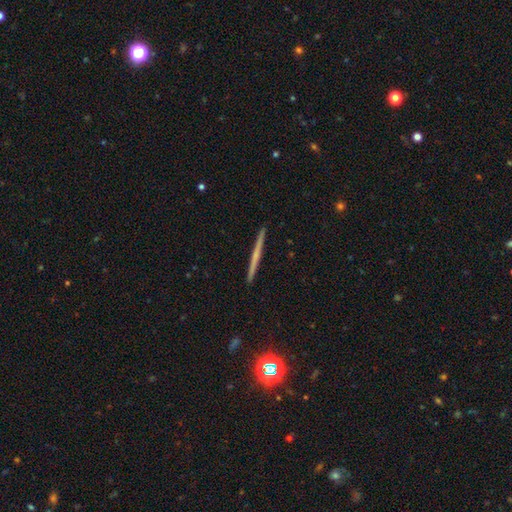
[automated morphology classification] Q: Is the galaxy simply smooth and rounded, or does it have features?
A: featured or disk — 56%.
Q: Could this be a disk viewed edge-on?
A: yes — 98%.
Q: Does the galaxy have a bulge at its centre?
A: none — 76%.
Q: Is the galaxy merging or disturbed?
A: none — 93%.